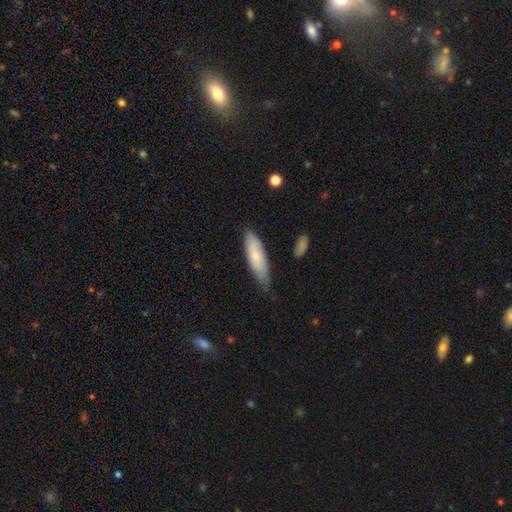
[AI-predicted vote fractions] Q: Smooth or featured?
A: smooth (73%); runner-up: featured or disk (21%)
Q: How rounded?
A: cigar-shaped (55%); runner-up: in between (44%)
Q: Merging?
A: none (65%); runner-up: minor disturbance (28%)